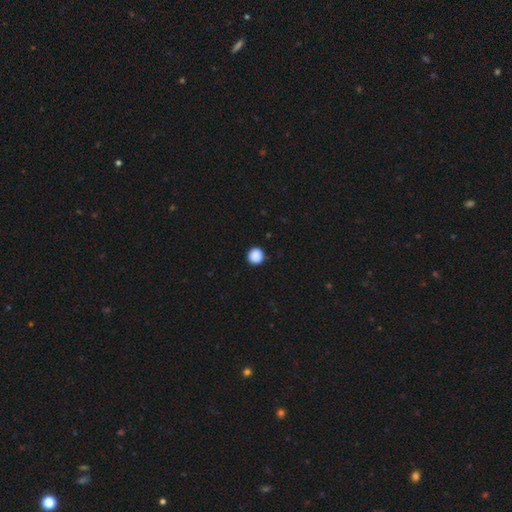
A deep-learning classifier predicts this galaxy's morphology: Q: Smooth or featured?
A: smooth (89%); runner-up: star or artifact (9%)
Q: How rounded?
A: round (95%); runner-up: in between (4%)
Q: Merging?
A: none (92%); runner-up: minor disturbance (5%)